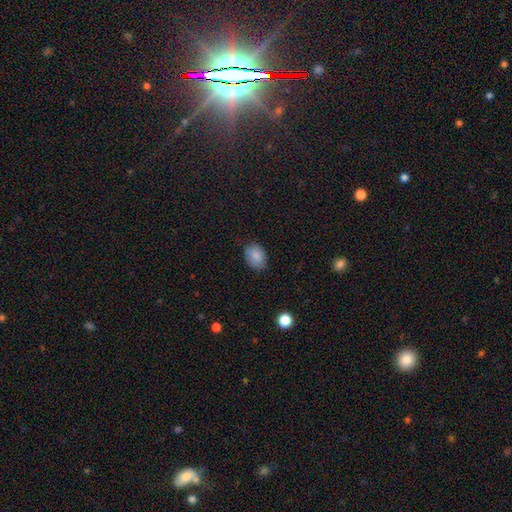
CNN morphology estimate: Q: Smooth or featured?
A: smooth (85%); runner-up: star or artifact (8%)
Q: How rounded?
A: in between (68%); runner-up: round (31%)
Q: Merging?
A: none (72%); runner-up: minor disturbance (23%)